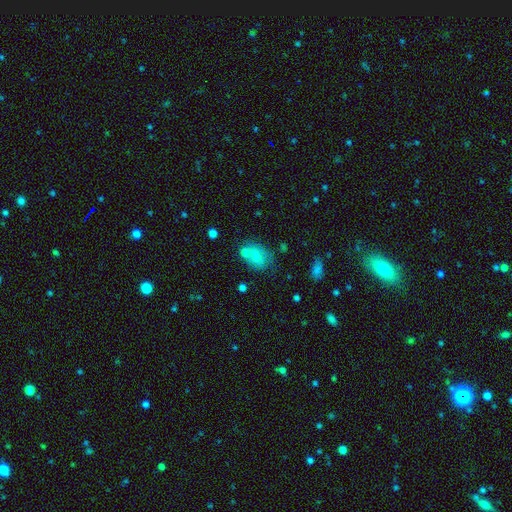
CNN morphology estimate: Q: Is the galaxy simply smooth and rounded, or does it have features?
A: smooth — 71%.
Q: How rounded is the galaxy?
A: in between — 66%.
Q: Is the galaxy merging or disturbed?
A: none — 49%.